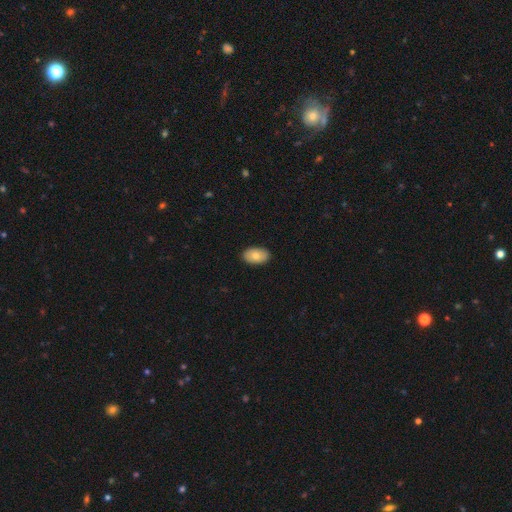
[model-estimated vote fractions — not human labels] This appears to be a smooth galaxy with no disk features (75%) that is in between round and cigar-shaped (93%). Merging: none (90%).